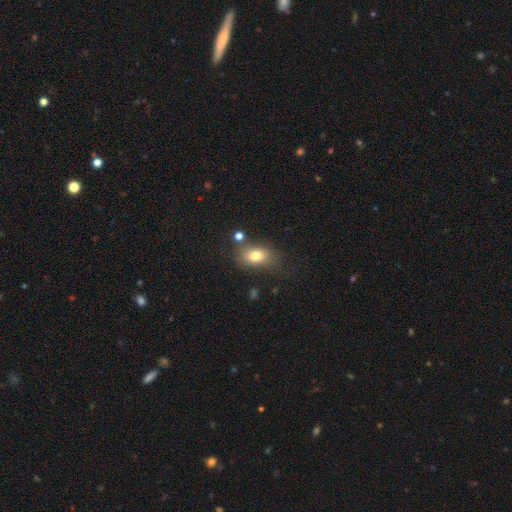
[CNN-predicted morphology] Q: Smooth or featured?
A: smooth (78%); runner-up: featured or disk (12%)
Q: How rounded?
A: in between (80%); runner-up: round (18%)
Q: Merging?
A: none (70%); runner-up: minor disturbance (17%)